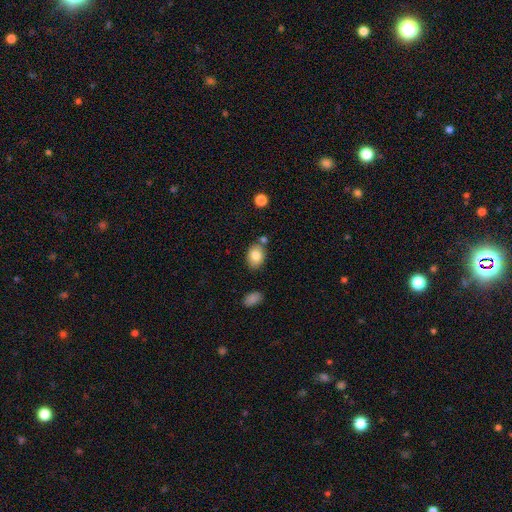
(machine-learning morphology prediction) Q: Smooth or featured?
A: smooth (82%); runner-up: featured or disk (10%)
Q: How rounded?
A: in between (79%); runner-up: round (20%)
Q: Merging?
A: none (71%); runner-up: minor disturbance (15%)